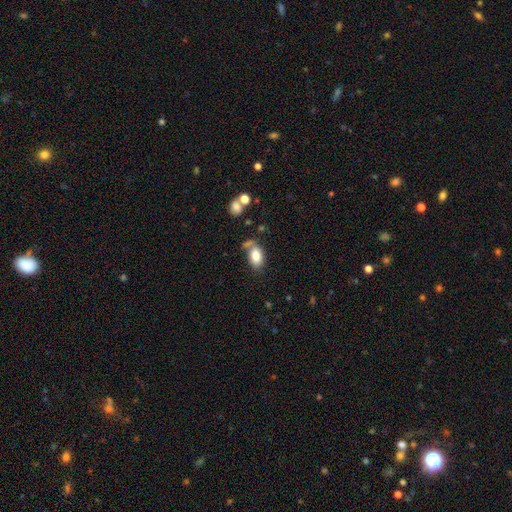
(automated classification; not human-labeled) smooth 80%, featured or disk 12%, star or artifact 8%. Down the decision tree: how rounded — in between (90%); merging — none (55%).